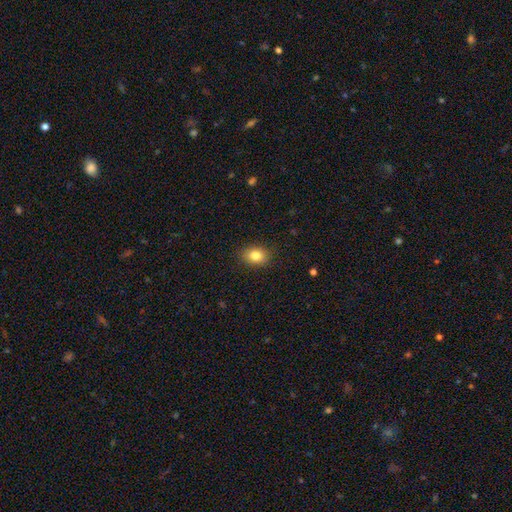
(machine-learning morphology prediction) A smooth galaxy with no disk features (83%) that is in between round and cigar-shaped (69%).

Vote fractions:
- Smooth or featured? smooth: 83% / star or artifact: 10% / featured or disk: 7%
- How rounded? in between: 69% / round: 30% / cigar-shaped: 1%
- Merging? none: 88% / minor disturbance: 8% / major disturbance: 2% / merger: 1%